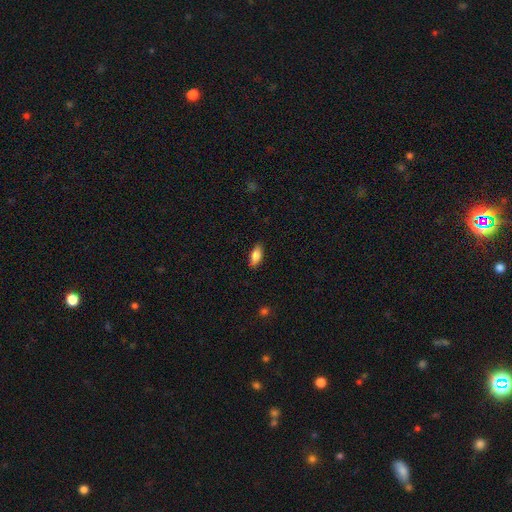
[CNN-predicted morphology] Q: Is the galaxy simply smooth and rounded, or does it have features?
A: smooth — 80%.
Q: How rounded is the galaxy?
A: in between — 82%.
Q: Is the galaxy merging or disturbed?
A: none — 83%.